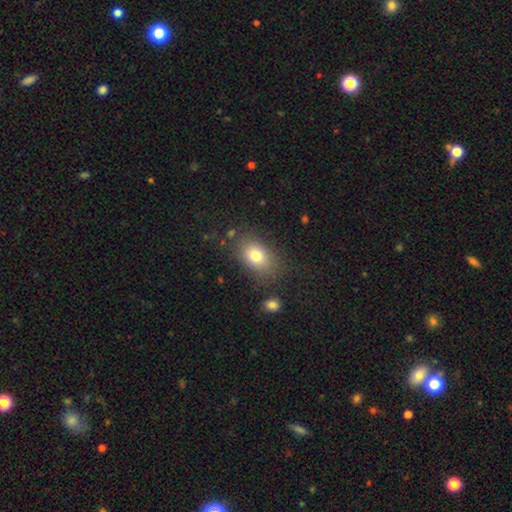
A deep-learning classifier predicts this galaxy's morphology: The model was most divided on "how rounded": in between: 76%, round: 22%, cigar-shaped: 1%. More confident: merging — none (78%); smooth or featured — smooth (77%).